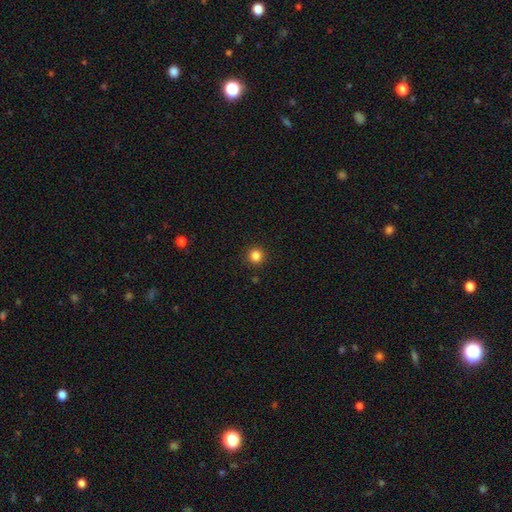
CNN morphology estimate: Smooth or featured? Predicted: smooth (p=0.84). How rounded? Predicted: round (p=0.95). Merging? Predicted: none (p=0.92).